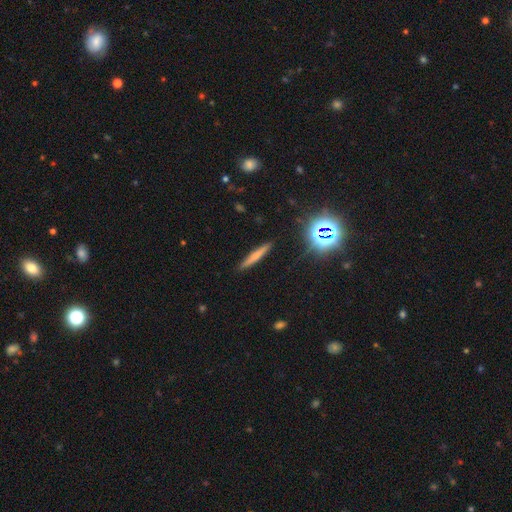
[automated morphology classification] smooth-or-featured: smooth: 60% | featured or disk: 28% | star or artifact: 12%
  how-rounded: cigar-shaped: 92% | in between: 5% | round: 2%
  merging: none: 89% | minor disturbance: 8% | major disturbance: 2% | merger: 2%